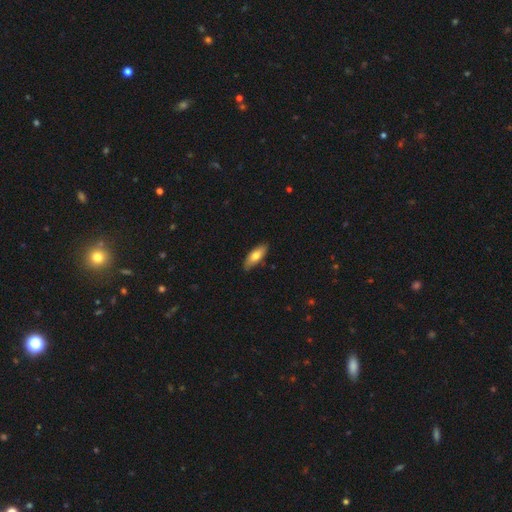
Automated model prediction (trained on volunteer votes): smooth-or-featured: smooth: 71% | featured or disk: 23% | star or artifact: 6%
  how-rounded: in between: 67% | cigar-shaped: 30% | round: 2%
  merging: none: 84% | minor disturbance: 13% | major disturbance: 2% | merger: 1%